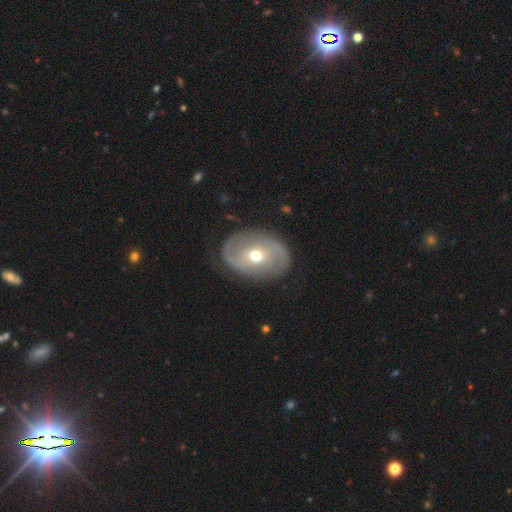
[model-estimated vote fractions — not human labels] Smooth or featured? featured or disk (73%)
Edge-on disk? no (95%)
Bar? no (54%)
Spiral arms? yes (76%)
Spiral winding? medium (37%)
Spiral arm count? 2 (80%)
Bulge size? moderate (71%)
Merging? none (83%)